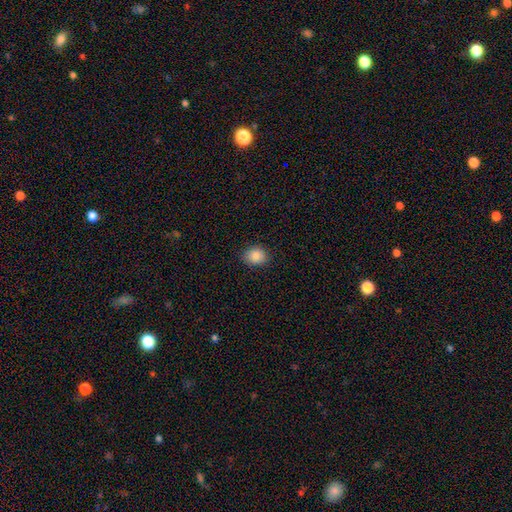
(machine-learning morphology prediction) Smooth or featured: smooth — 87% (star or artifact — 9%)
How rounded: round — 60% (in between — 39%)
Merging: none — 87% (minor disturbance — 9%)